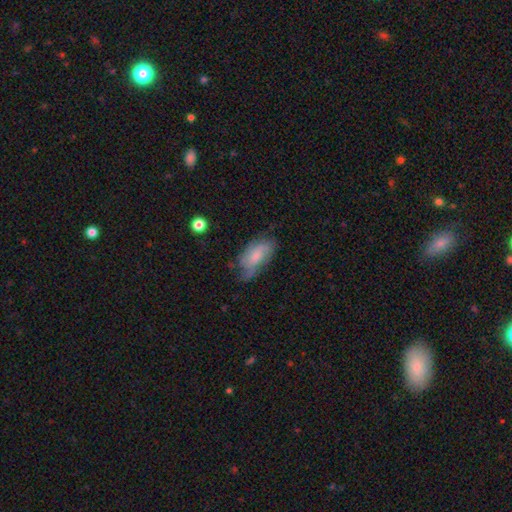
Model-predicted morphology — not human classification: type=smooth (55%); roundness=in between (88%); merging=none (50%).